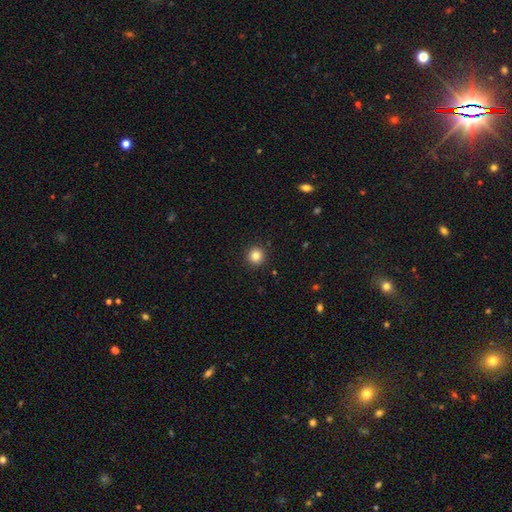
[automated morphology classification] Overall: smooth (83%). How rounded: round (95%). Merging: none (92%).